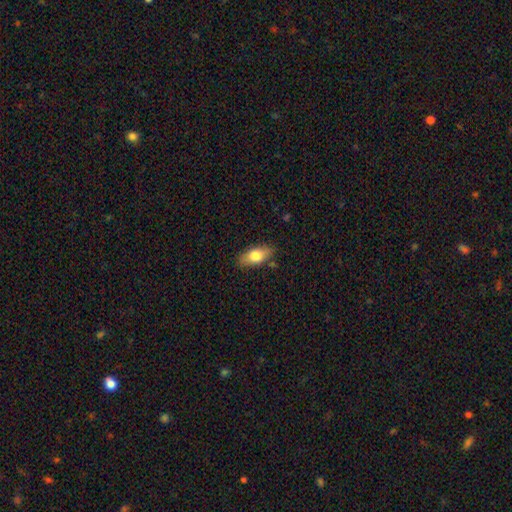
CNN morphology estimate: Smooth or featured? Predicted: smooth (p=0.75). How rounded? Predicted: in between (p=0.86). Merging? Predicted: none (p=0.82).